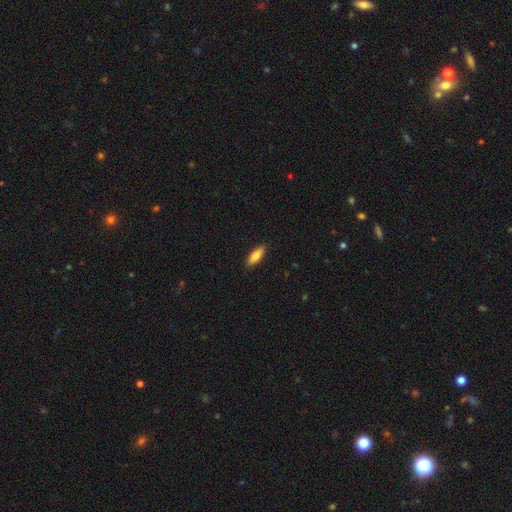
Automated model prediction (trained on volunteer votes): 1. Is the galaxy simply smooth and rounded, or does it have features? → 82% smooth, 12% featured or disk, 6% star or artifact.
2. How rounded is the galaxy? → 62% in between, 36% cigar-shaped, 2% round.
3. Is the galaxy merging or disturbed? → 88% none, 9% minor disturbance, 2% major disturbance, 1% merger.